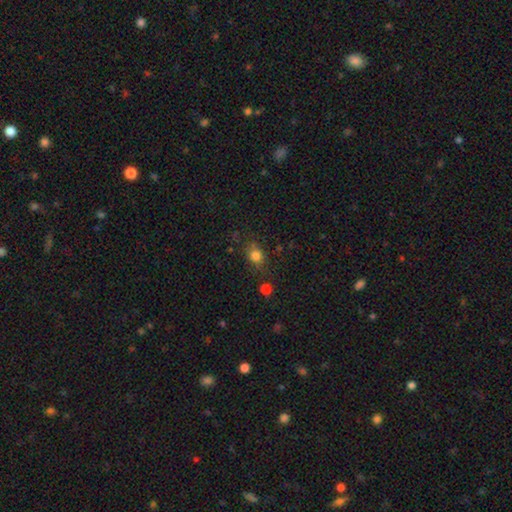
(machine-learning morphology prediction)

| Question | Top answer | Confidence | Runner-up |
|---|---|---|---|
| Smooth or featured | smooth | 80% | star or artifact (14%) |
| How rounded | round | 62% | in between (37%) |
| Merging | none | 73% | minor disturbance (17%) |